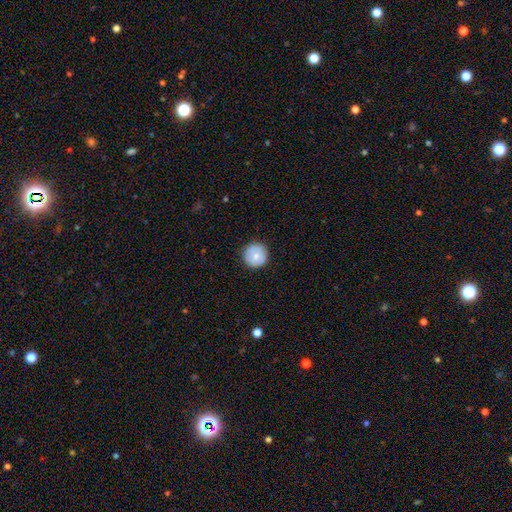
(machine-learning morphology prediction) smooth 73%, featured or disk 19%, star or artifact 7%. Down the decision tree: how rounded — round (96%); merging — none (89%).